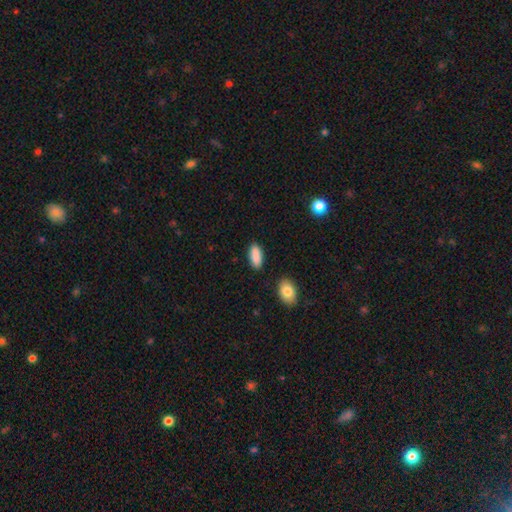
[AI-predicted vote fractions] This is clearly a smooth galaxy (89%). How rounded: clearly in between (81%). Merging: clearly none (86%).